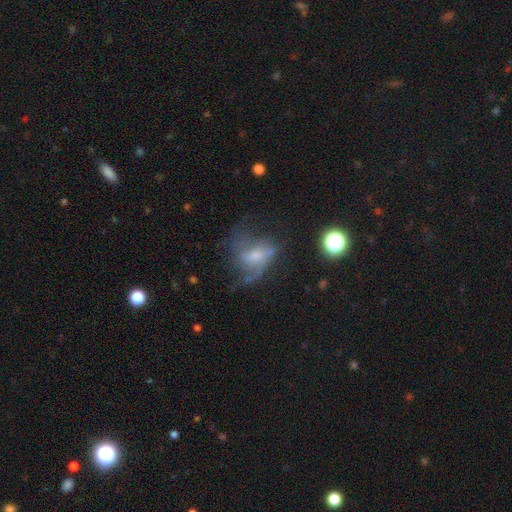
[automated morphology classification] The model was most divided on "bulge size": small: 40%, moderate: 37%, none: 16%, large: 5%, dominant: 2%. Remaining: edge-on disk — no (96%); spiral arms — yes (64%); smooth or featured — featured or disk (59%); bar — no (52%); merging — major disturbance (43%).